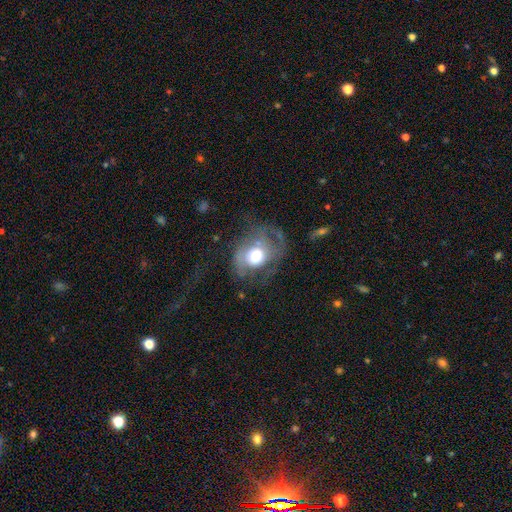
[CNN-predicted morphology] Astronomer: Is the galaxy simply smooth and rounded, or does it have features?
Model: featured or disk — 49% (runner-up: smooth, 42%).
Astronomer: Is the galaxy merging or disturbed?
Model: major disturbance — 39% (runner-up: none, 36%).